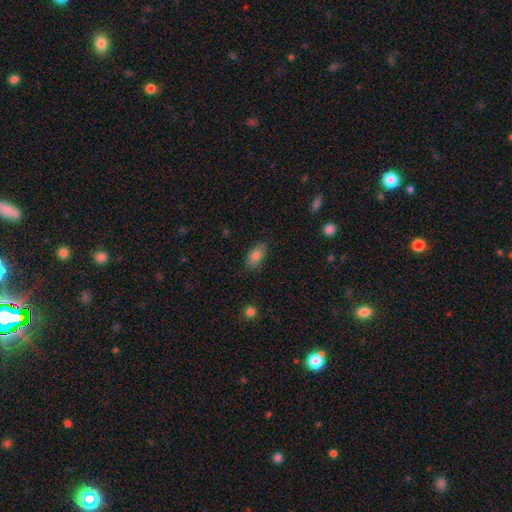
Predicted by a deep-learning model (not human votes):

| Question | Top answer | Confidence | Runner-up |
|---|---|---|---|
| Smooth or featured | smooth | 82% | featured or disk (10%) |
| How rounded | in between | 88% | cigar-shaped (7%) |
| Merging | none | 81% | minor disturbance (14%) |